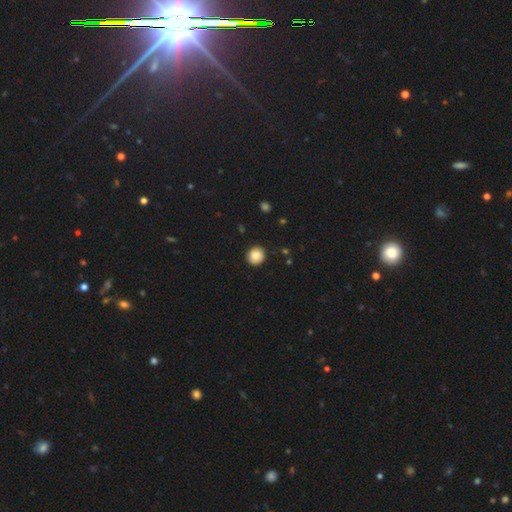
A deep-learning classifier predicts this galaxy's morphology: smooth 84%, star or artifact 9%, featured or disk 7%. Down the decision tree: how rounded — round (92%); merging — none (91%).